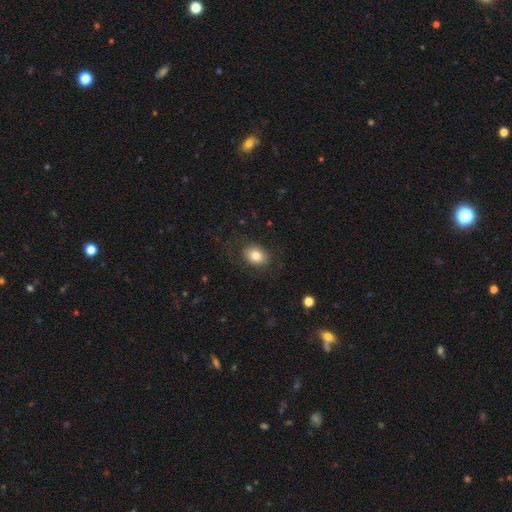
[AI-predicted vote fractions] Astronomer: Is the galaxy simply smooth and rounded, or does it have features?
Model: smooth — 82%.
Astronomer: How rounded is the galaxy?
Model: in between — 67%.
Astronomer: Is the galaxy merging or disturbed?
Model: none — 82%.